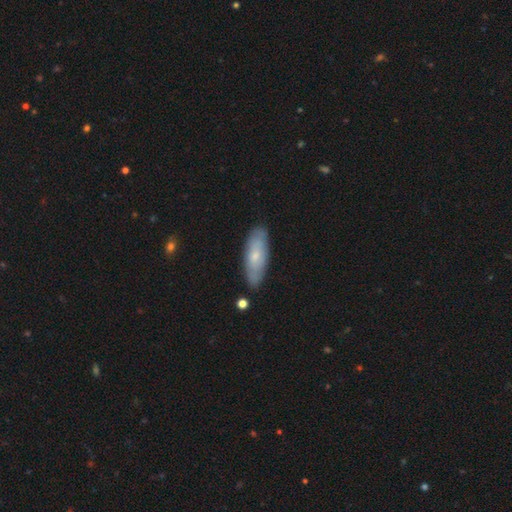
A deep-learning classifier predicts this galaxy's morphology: smooth 57%, featured or disk 36%, star or artifact 6%. Down the decision tree: how rounded — in between (64%); merging — none (81%).